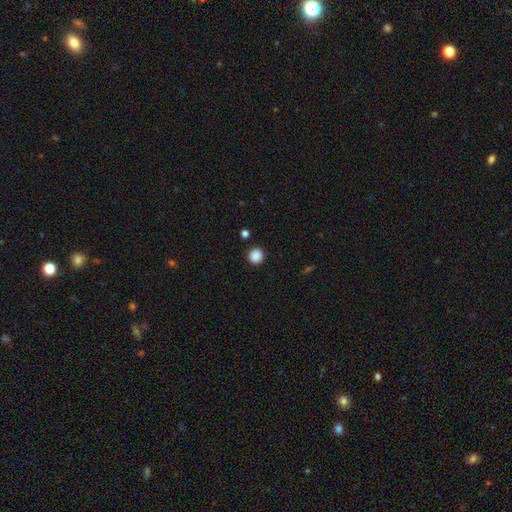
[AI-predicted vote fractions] Smooth or featured?
  - smooth: 87% *
  - star or artifact: 10%
  - featured or disk: 2%
How rounded?
  - round: 94% *
  - in between: 5%
  - cigar-shaped: 1%
Merging?
  - none: 91% *
  - minor disturbance: 5%
  - major disturbance: 2%
  - merger: 2%